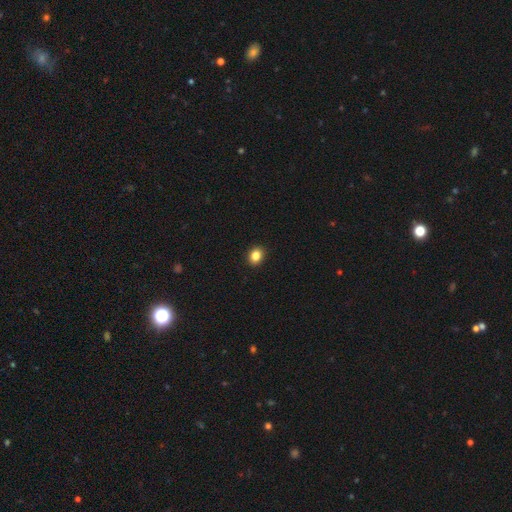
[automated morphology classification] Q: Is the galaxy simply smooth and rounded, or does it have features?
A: smooth — 85%.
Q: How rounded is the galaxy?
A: round — 54%.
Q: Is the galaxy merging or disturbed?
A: none — 92%.